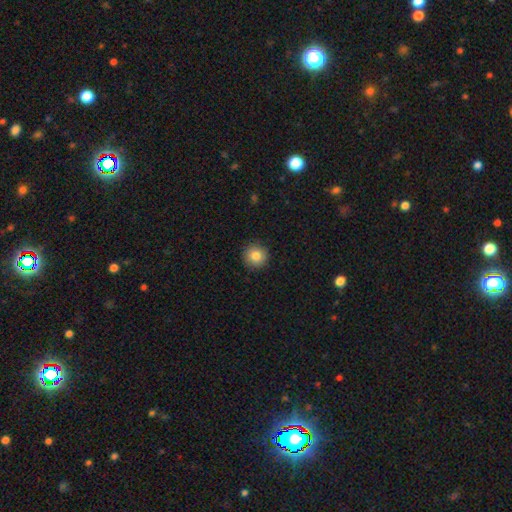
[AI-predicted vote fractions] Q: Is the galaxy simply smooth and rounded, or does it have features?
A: smooth — 83%.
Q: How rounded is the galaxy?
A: round — 95%.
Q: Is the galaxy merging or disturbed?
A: none — 91%.